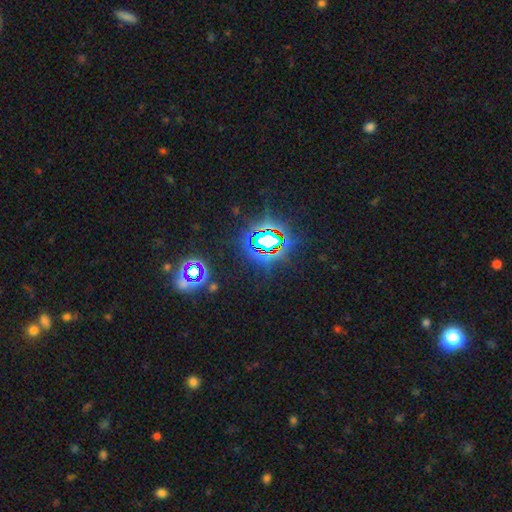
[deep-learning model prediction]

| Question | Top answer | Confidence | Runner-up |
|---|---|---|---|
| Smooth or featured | star or artifact | 78% | smooth (14%) |